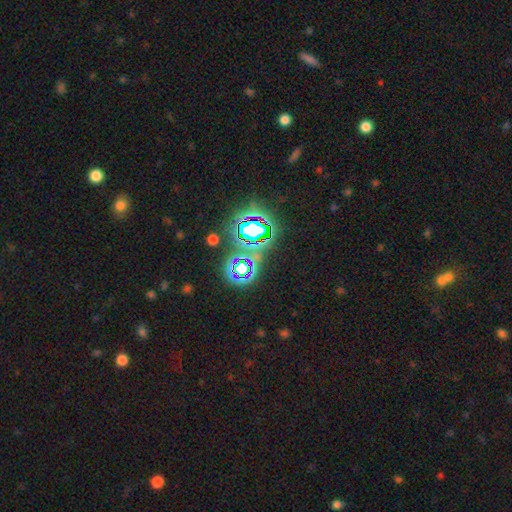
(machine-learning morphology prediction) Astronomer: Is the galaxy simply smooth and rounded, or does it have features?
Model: star or artifact — 75%.